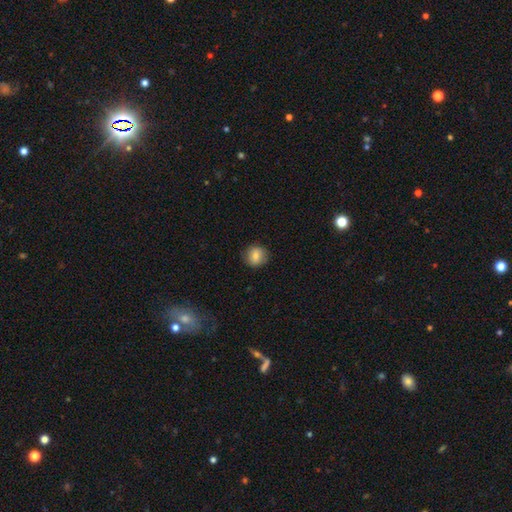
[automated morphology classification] Overall: smooth (81%). How rounded: round (88%). Merging: none (87%).